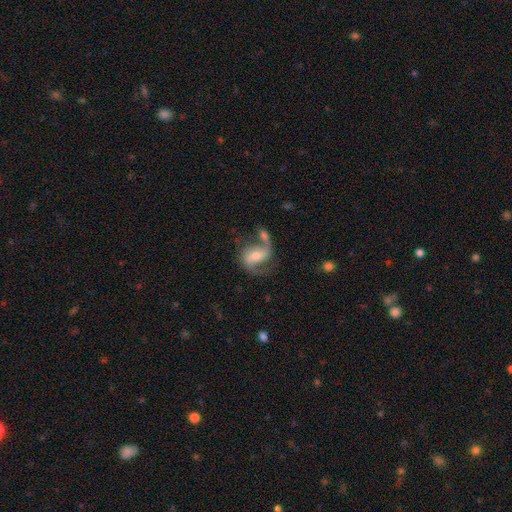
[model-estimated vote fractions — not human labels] Smooth or featured? Predicted: featured or disk (p=0.73). Edge-on disk? Predicted: no (p=0.97). Bar? Predicted: weak (p=0.40). Spiral arms? Predicted: yes (p=0.90). Spiral winding? Predicted: medium (p=0.45). Spiral arm count? Predicted: 2 (p=0.83). Bulge size? Predicted: moderate (p=0.59). Merging? Predicted: none (p=0.42).